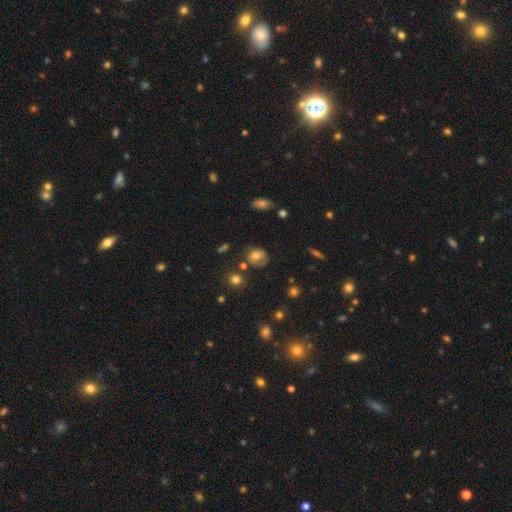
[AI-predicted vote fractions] smooth_or_featured: smooth (p=0.59) [alt: featured or disk p=0.30]
how_rounded: round (p=0.57) [alt: in between p=0.42]
merging: none (p=0.51) [alt: minor disturbance p=0.26]